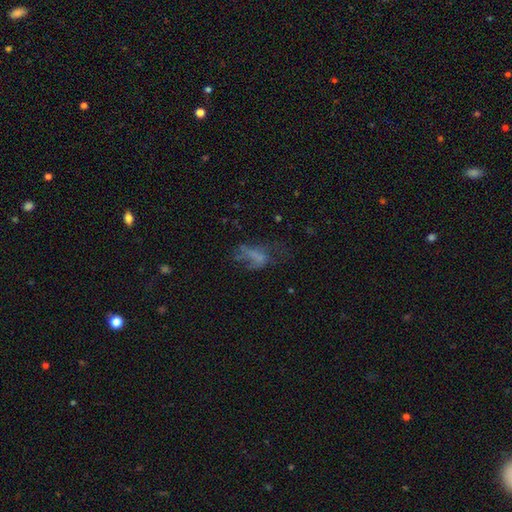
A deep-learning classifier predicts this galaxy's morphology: A featured or disk galaxy (42%).

Vote fractions:
- Smooth or featured? featured or disk: 42% / smooth: 37% / star or artifact: 21%
- Merging? major disturbance: 44% / none: 32% / minor disturbance: 19% / merger: 6%